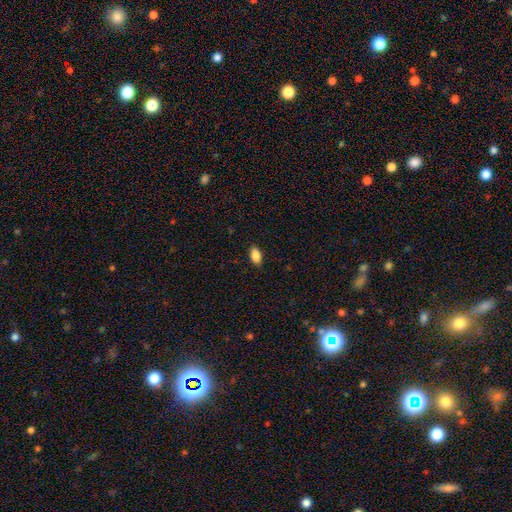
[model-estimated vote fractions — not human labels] smooth-or-featured: smooth: 87% | star or artifact: 8% | featured or disk: 5%
  how-rounded: in between: 92% | round: 5% | cigar-shaped: 3%
  merging: none: 88% | minor disturbance: 9% | major disturbance: 2% | merger: 1%